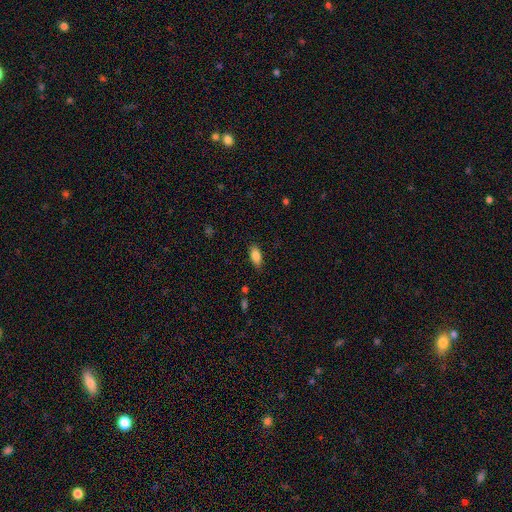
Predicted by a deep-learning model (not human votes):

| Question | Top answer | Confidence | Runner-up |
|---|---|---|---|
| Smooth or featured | smooth | 85% | star or artifact (8%) |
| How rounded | in between | 86% | cigar-shaped (10%) |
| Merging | none | 84% | minor disturbance (12%) |